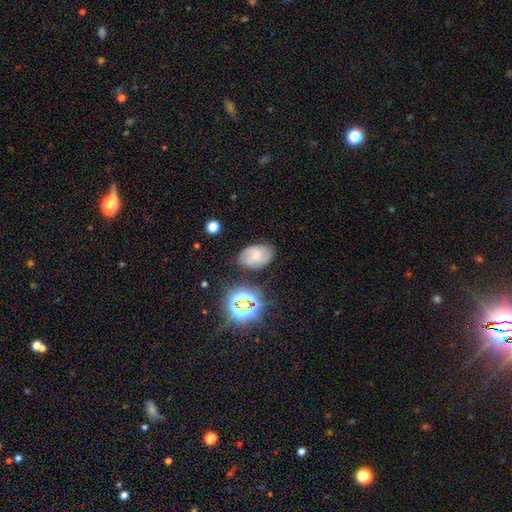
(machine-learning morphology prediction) A smooth galaxy with no disk features (48%). Merging: none (72%).